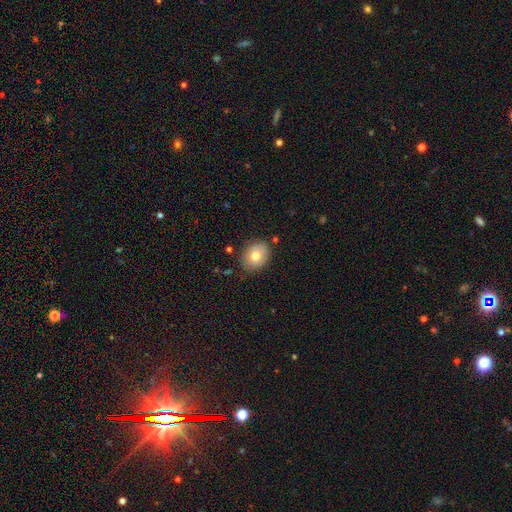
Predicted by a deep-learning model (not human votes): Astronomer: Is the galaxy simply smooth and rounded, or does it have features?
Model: smooth — 74%.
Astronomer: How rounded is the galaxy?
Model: in between — 55% (runner-up: round, 44%).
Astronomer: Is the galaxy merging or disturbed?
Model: none — 81%.